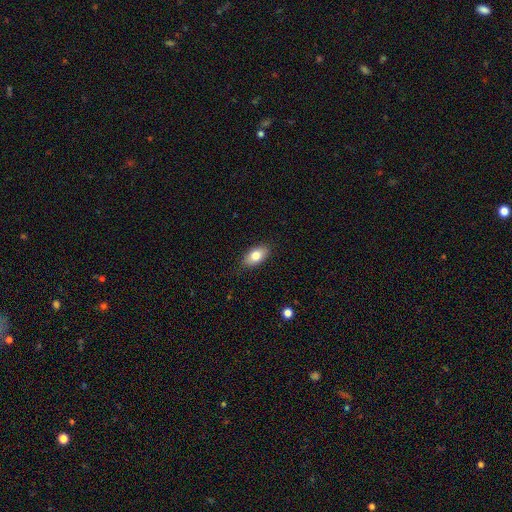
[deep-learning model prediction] Smooth or featured? Predicted: smooth (p=0.79). How rounded? Predicted: in between (p=0.91). Merging? Predicted: none (p=0.85).